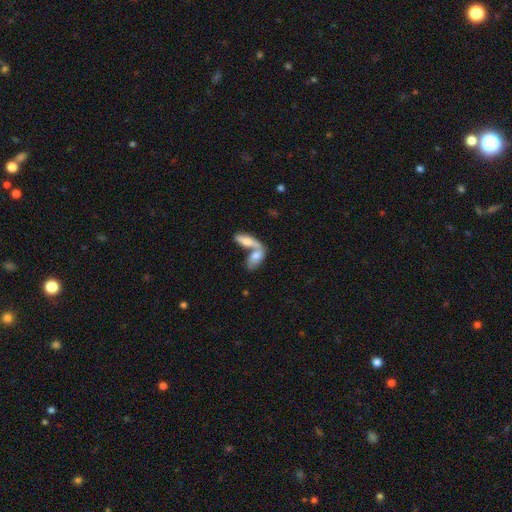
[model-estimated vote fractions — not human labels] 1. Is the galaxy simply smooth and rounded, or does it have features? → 67% smooth, 26% featured or disk, 7% star or artifact.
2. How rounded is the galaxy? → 77% in between, 19% cigar-shaped, 4% round.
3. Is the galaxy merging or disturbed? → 69% merger, 21% none, 6% minor disturbance, 4% major disturbance.